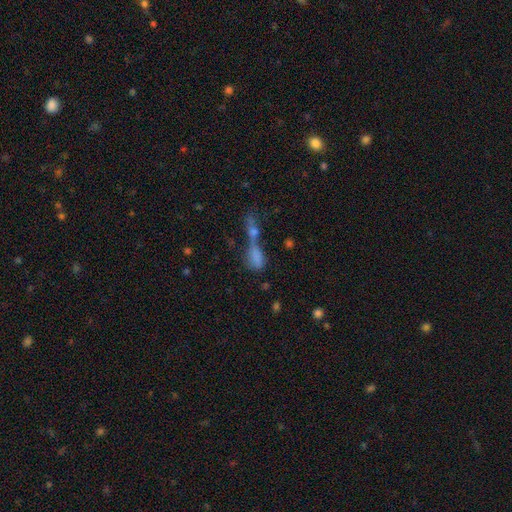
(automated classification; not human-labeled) This is likely a smooth galaxy (68%). How rounded: likely in between (65%). Merging: possibly merger (57%).